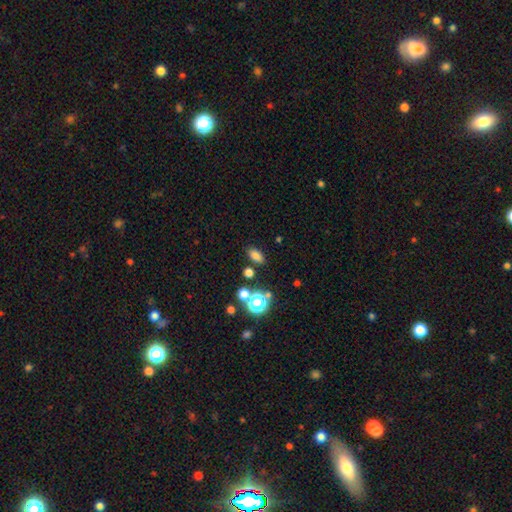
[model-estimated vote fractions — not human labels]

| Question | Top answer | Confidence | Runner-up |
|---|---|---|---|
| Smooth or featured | smooth | 78% | star or artifact (17%) |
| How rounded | in between | 83% | round (14%) |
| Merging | none | 83% | minor disturbance (9%) |